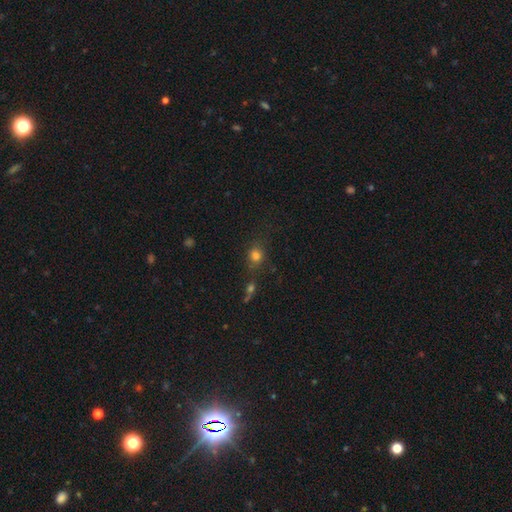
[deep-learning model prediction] Smooth or featured: smooth — 73% (star or artifact — 17%)
How rounded: round — 67% (in between — 31%)
Merging: none — 64% (merger — 15%)